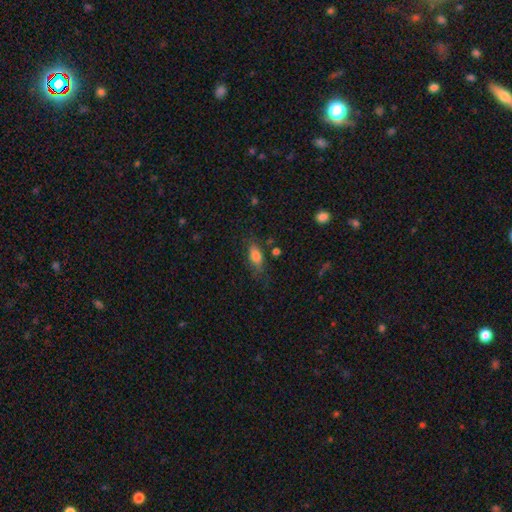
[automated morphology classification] Q: Smooth or featured?
A: smooth (77%); runner-up: featured or disk (15%)
Q: How rounded?
A: in between (78%); runner-up: cigar-shaped (18%)
Q: Merging?
A: none (66%); runner-up: minor disturbance (22%)